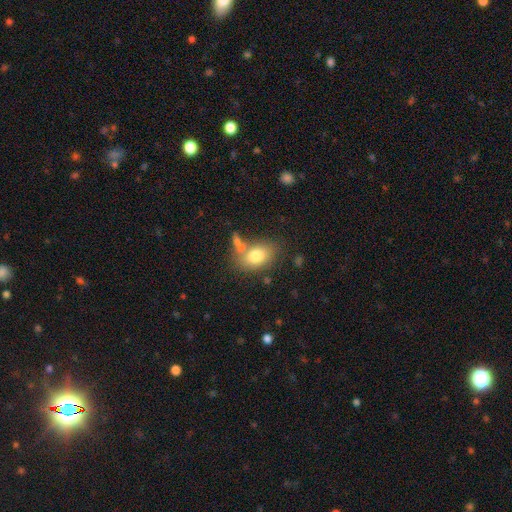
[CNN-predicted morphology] A smooth galaxy with no disk features (78%) that is in between round and cigar-shaped (79%). Merging: none (59%).